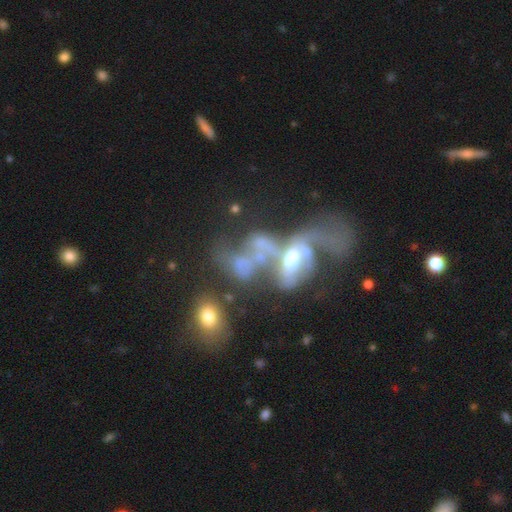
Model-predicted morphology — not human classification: Q: Smooth or featured?
A: featured or disk (69%); runner-up: smooth (15%)
Q: Edge-on disk?
A: no (91%); runner-up: yes (9%)
Q: Bar?
A: no (63%); runner-up: weak (24%)
Q: Spiral arms?
A: no (54%); runner-up: yes (46%)
Q: Bulge size?
A: moderate (52%); runner-up: small (23%)
Q: Merging?
A: merger (56%); runner-up: major disturbance (26%)